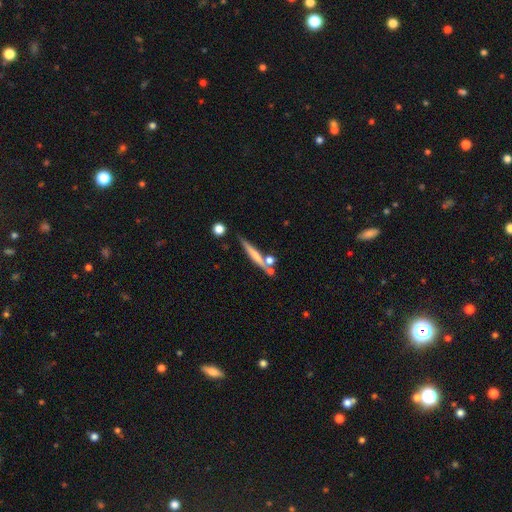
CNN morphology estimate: This is possibly a smooth galaxy (49%). Merging: likely none (68%).